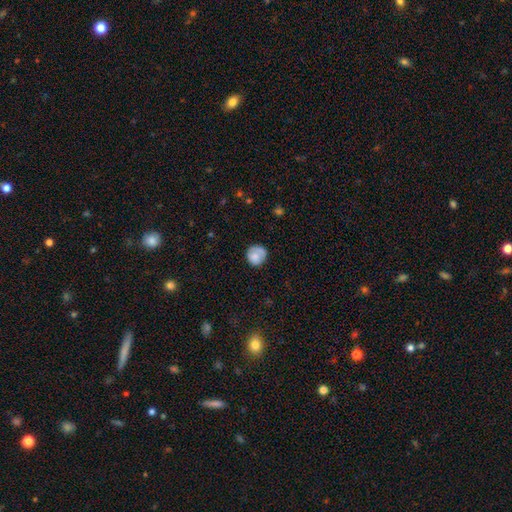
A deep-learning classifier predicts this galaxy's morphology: The model was most divided on "merging": none: 71%, minor disturbance: 21%, major disturbance: 7%, merger: 2%. More confident: how rounded — round (88%); smooth or featured — smooth (74%).